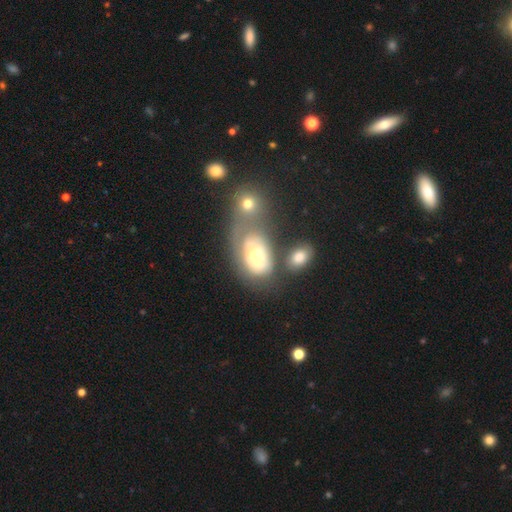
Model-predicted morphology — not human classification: A featured or disk galaxy (45%, tied with smooth).

Vote fractions:
- Smooth or featured? featured or disk: 45% (tied) / smooth: 45% (tied) / star or artifact: 9%
- Merging? merger: 36% / none: 30% / minor disturbance: 18% / major disturbance: 16%